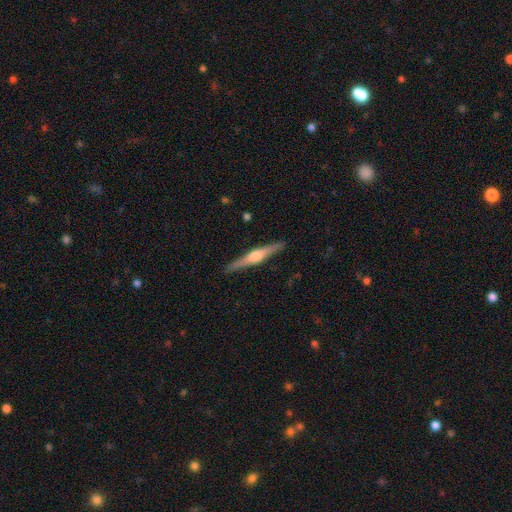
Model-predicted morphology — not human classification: This is likely a featured or disk galaxy (75%). It is clearly viewed edge-on (98%). Edge-on bulge: clearly rounded (89%). Merging: clearly none (91%).